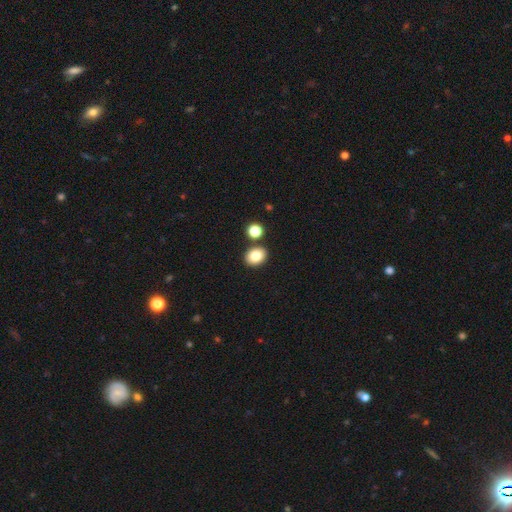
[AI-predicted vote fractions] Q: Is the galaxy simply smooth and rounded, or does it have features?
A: smooth — 82%.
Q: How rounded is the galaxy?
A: in between — 56%.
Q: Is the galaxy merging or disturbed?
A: none — 81%.